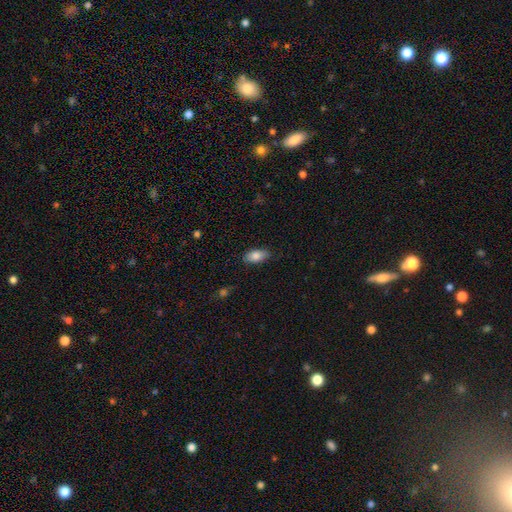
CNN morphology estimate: Smooth or featured? smooth (83%)
How rounded? in between (91%)
Merging? none (81%)